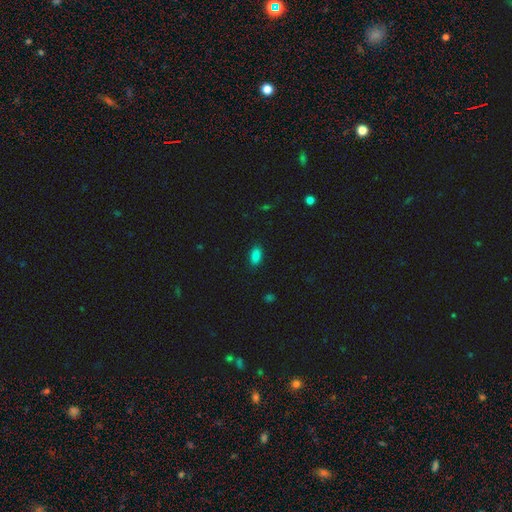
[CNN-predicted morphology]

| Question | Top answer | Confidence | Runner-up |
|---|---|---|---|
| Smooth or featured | smooth | 87% | star or artifact (10%) |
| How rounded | in between | 91% | cigar-shaped (5%) |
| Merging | none | 88% | minor disturbance (9%) |